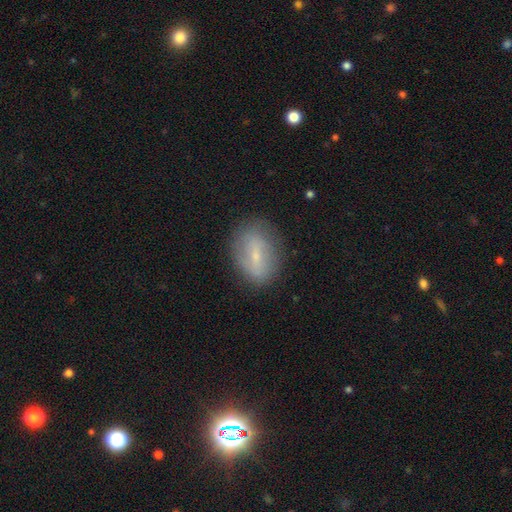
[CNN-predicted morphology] This appears to be a smooth galaxy with no disk features (49%). Merging: none (79%).